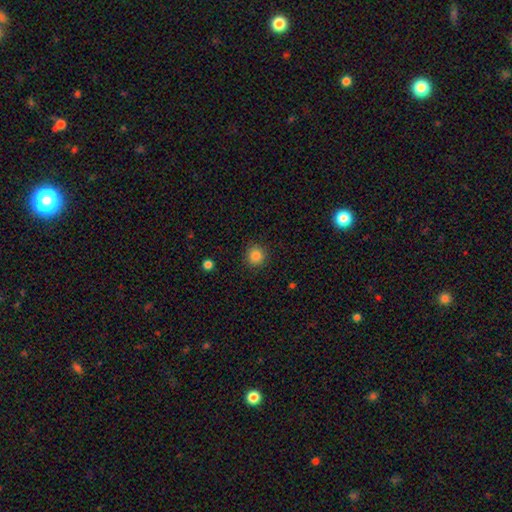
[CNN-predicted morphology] This appears to be a smooth galaxy with no disk features (85%) that is round (92%). Merging: none (91%).